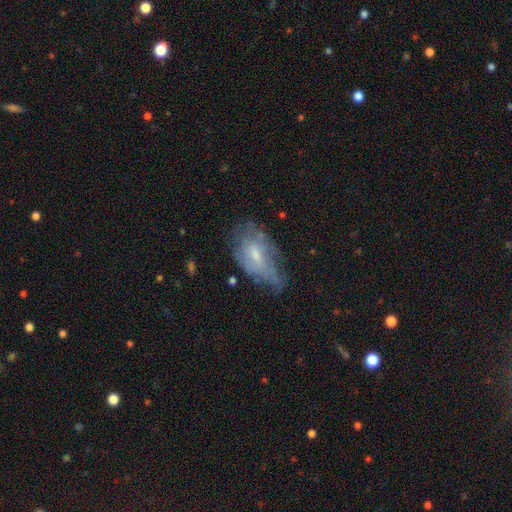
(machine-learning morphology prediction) smooth-or-featured: featured or disk: 52% | smooth: 39% | star or artifact: 9%
  disk-edge-on: no: 91% | yes: 9%
  merging: none: 40% | minor disturbance: 35% | major disturbance: 22% | merger: 3%